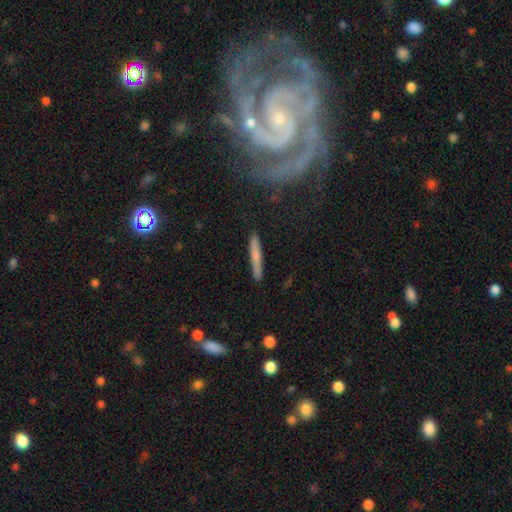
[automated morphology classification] A smooth galaxy with no disk features (62%) that is cigar-shaped (94%).

Vote fractions:
- Smooth or featured? smooth: 62% / featured or disk: 31% / star or artifact: 7%
- How rounded? cigar-shaped: 94% / in between: 5% / round: 2%
- Merging? none: 87% / minor disturbance: 10% / major disturbance: 2% / merger: 2%